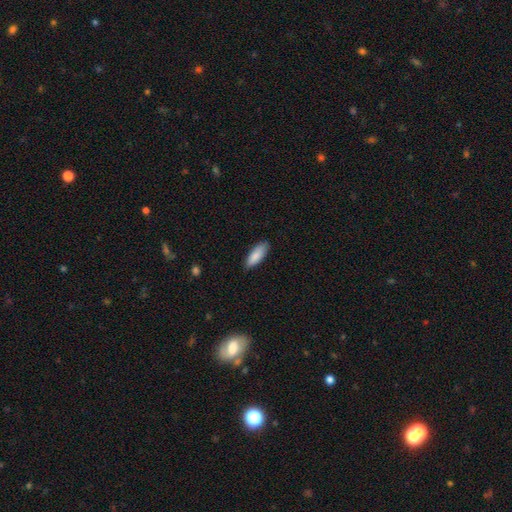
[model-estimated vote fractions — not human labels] Smooth or featured? smooth (88%)
How rounded? in between (66%)
Merging? none (86%)